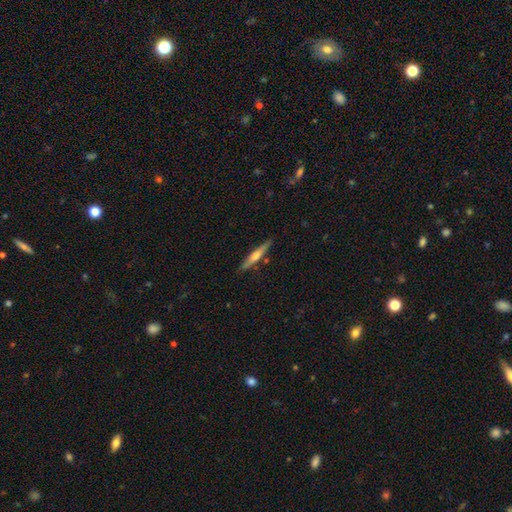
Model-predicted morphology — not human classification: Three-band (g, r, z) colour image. It shows a featured or disk galaxy (54%) viewed edge-on (96%) with a rounded central bulge (79%). Merging: none (86%).